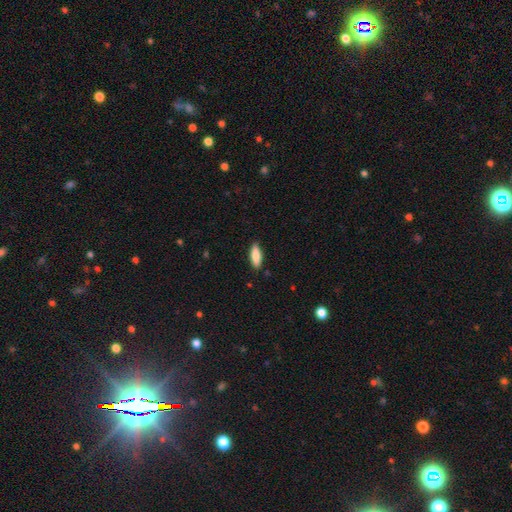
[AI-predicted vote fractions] smooth-or-featured: smooth: 84% | featured or disk: 10% | star or artifact: 6%
  how-rounded: in between: 58% | cigar-shaped: 40% | round: 2%
  merging: none: 87% | minor disturbance: 10% | major disturbance: 2% | merger: 1%